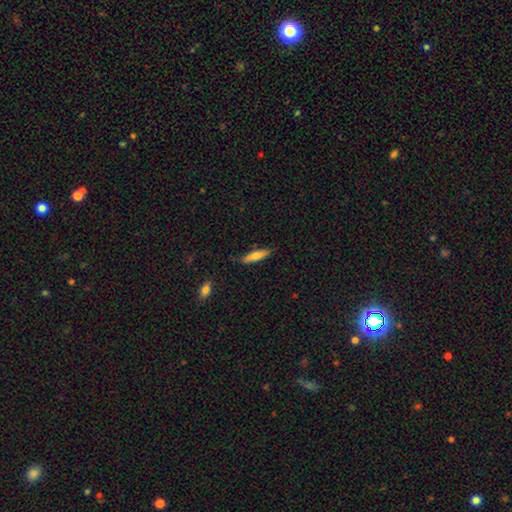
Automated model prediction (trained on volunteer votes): Smooth or featured: smooth — 69% (featured or disk — 25%)
How rounded: cigar-shaped — 73% (in between — 25%)
Merging: none — 81% (minor disturbance — 15%)